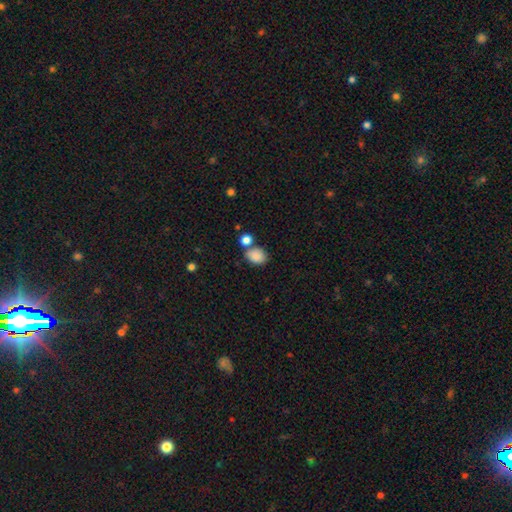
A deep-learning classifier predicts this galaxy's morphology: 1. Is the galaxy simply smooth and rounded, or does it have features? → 87% smooth, 9% star or artifact, 5% featured or disk.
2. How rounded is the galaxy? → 68% in between, 31% round, 1% cigar-shaped.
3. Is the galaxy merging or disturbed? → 59% none, 22% merger, 14% minor disturbance, 4% major disturbance.